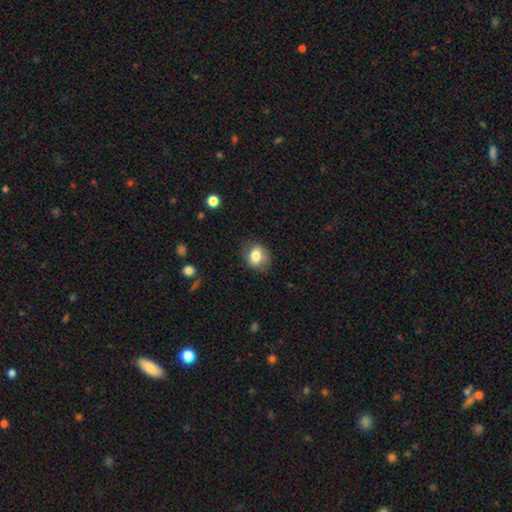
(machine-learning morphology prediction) Overall: smooth (77%). How rounded: round (51%; in between 48%). Merging: none (77%).